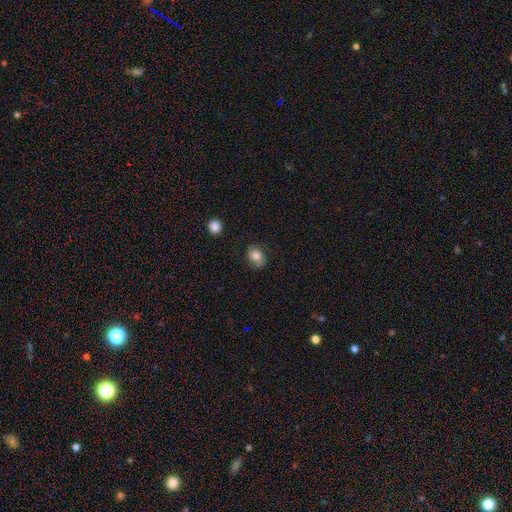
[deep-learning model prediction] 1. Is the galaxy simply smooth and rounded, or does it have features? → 79% smooth, 12% featured or disk, 9% star or artifact.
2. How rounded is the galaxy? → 58% in between, 41% round, 1% cigar-shaped.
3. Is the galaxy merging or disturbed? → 77% none, 17% minor disturbance, 4% major disturbance, 1% merger.